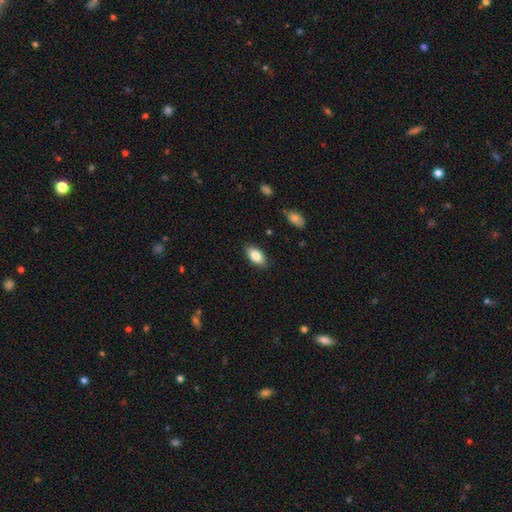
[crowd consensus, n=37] Volunteers were most divided on "smooth or featured": smooth: 81%, featured or disk: 14%, star or artifact: 5%. More confident: how rounded — in between (97%); merging — none (91%).